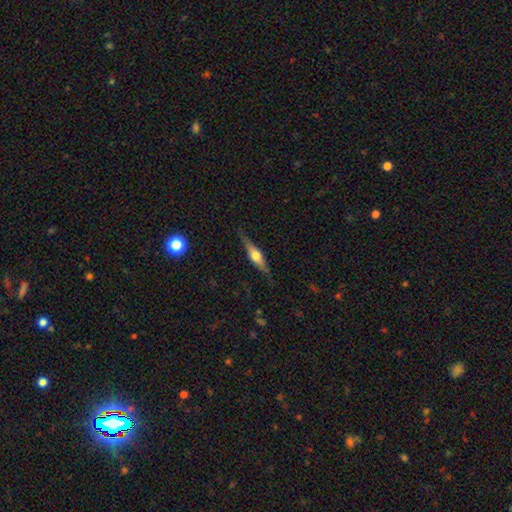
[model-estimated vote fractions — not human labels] Smooth or featured?
  - featured or disk: 63% *
  - smooth: 30%
  - star or artifact: 6%
Edge-on disk?
  - yes: 95% *
  - no: 5%
Edge-on bulge?
  - rounded: 92% *
  - boxy: 6%
  - none: 2%
Merging?
  - none: 83% *
  - minor disturbance: 13%
  - major disturbance: 3%
  - merger: 1%